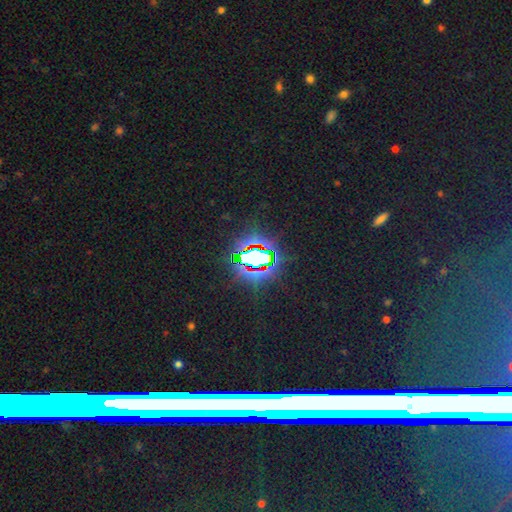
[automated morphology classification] star or artifact 77%, smooth 13%, featured or disk 10%.